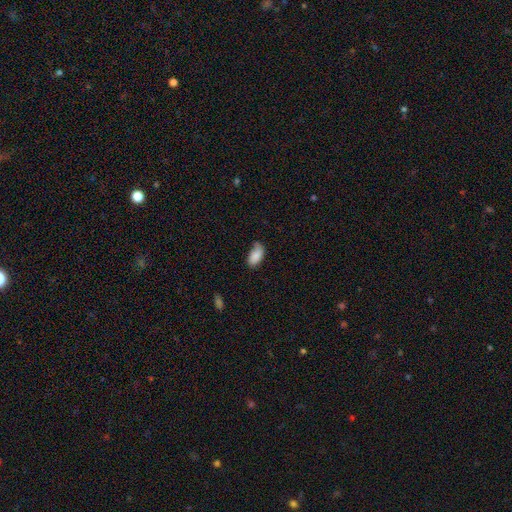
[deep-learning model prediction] smooth 85%, featured or disk 8%, star or artifact 7%. Down the decision tree: how rounded — in between (94%); merging — none (56%).